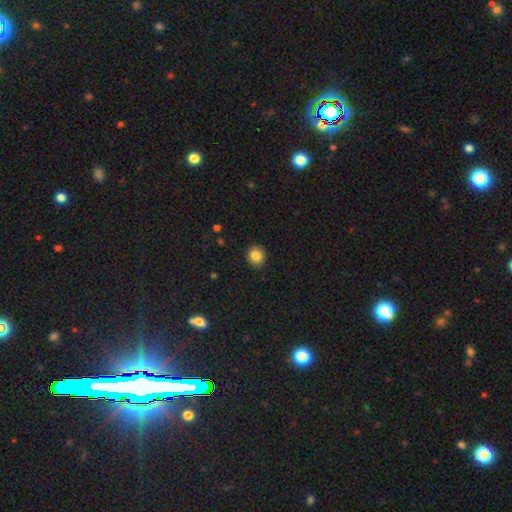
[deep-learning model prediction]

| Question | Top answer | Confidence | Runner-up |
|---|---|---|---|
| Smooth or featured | smooth | 84% | star or artifact (10%) |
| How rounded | round | 84% | in between (15%) |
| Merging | none | 91% | minor disturbance (6%) |